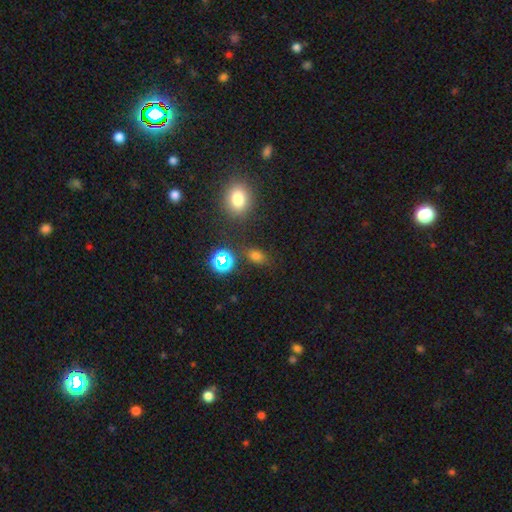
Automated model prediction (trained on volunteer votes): This appears to be a smooth galaxy with no disk features (68%) that is in between round and cigar-shaped (72%). Merging: none (78%).